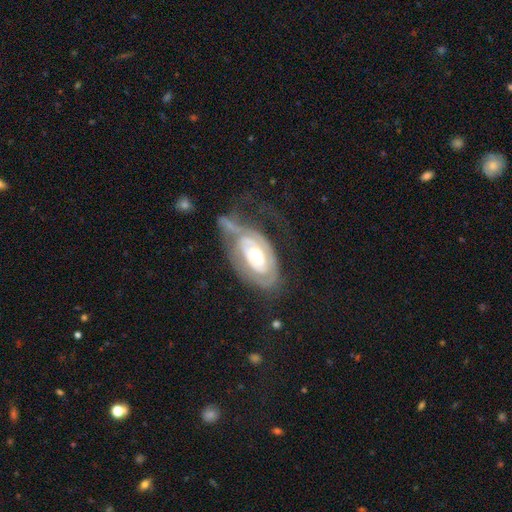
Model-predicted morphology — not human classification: type=featured or disk (77%); edge-on=no (94%); bar=no (67%); spiral arms=yes (75%); winding=tight (68%); arm count=can't tell (39%); bulge=moderate (63%); merging=major disturbance (40%).